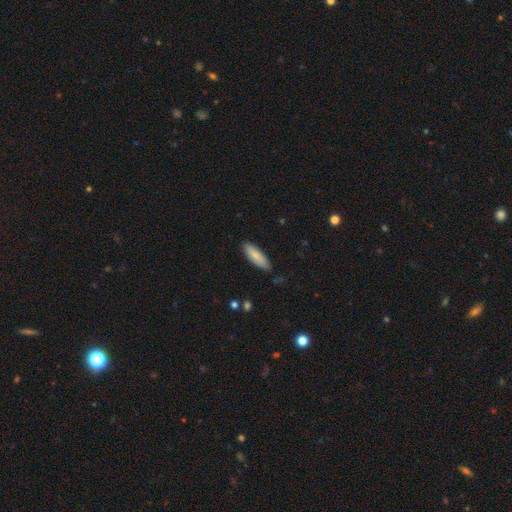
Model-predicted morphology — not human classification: Smooth or featured: smooth — 83% (featured or disk — 12%)
How rounded: in between — 53% (cigar-shaped — 46%)
Merging: none — 84% (minor disturbance — 13%)